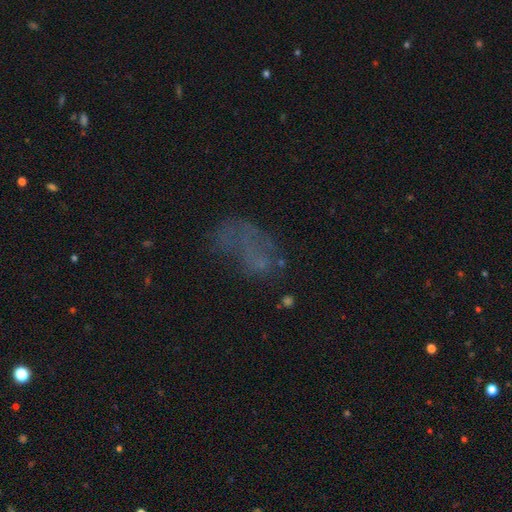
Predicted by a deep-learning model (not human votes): Smooth or featured: smooth — 39% (featured or disk — 35%)
Merging: none — 39% (major disturbance — 35%)